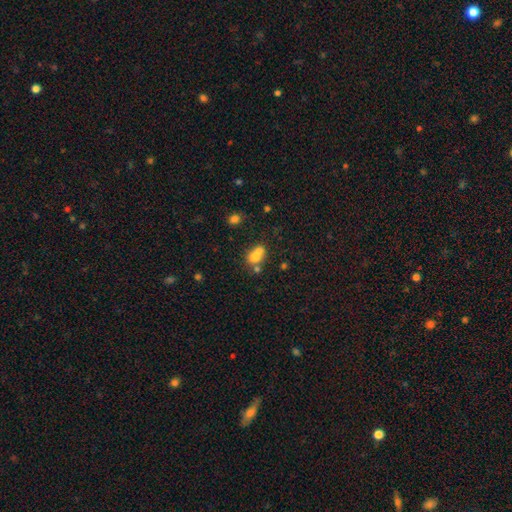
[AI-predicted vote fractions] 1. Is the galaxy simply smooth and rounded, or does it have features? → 69% smooth, 19% featured or disk, 13% star or artifact.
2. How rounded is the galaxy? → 62% round, 37% in between, 1% cigar-shaped.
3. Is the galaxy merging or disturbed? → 63% merger, 26% none, 7% minor disturbance, 4% major disturbance.